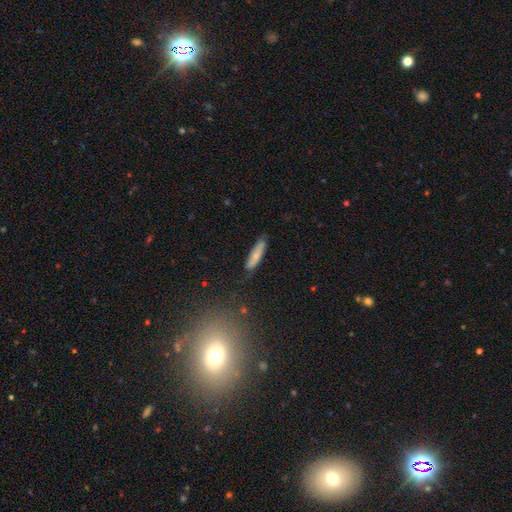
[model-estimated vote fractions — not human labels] Smooth or featured? Predicted: smooth (p=0.65). How rounded? Predicted: cigar-shaped (p=0.70). Merging? Predicted: none (p=0.76).